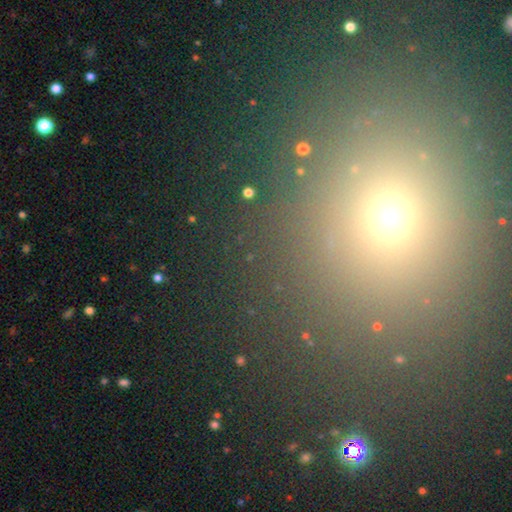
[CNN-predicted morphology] Smooth or featured? Predicted: star or artifact (p=0.50).